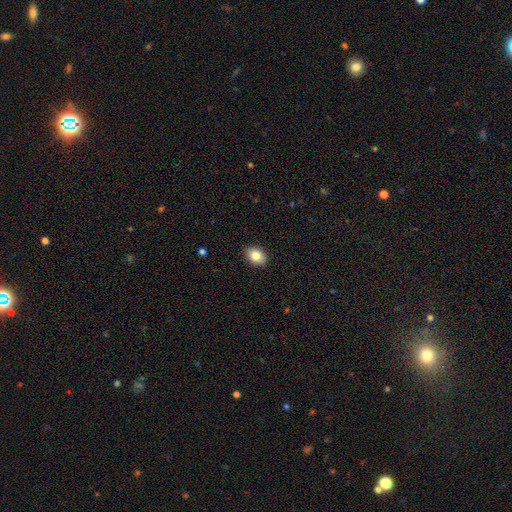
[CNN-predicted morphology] This is clearly a smooth galaxy (83%). How rounded: likely in between (77%). Merging: clearly none (90%).